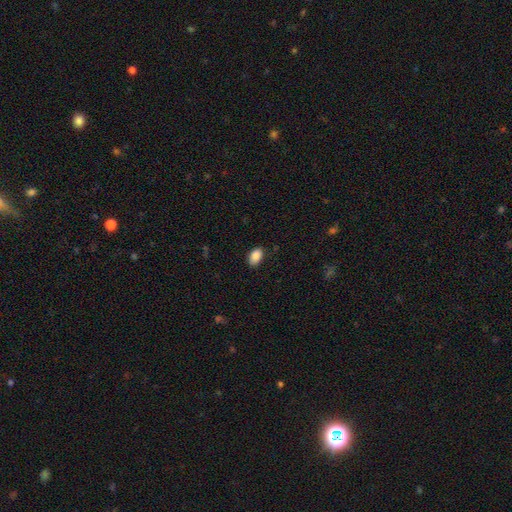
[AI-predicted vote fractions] smooth-or-featured: smooth: 88% | star or artifact: 8% | featured or disk: 4%
  how-rounded: in between: 90% | round: 9% | cigar-shaped: 1%
  merging: none: 84% | minor disturbance: 13% | major disturbance: 2% | merger: 1%